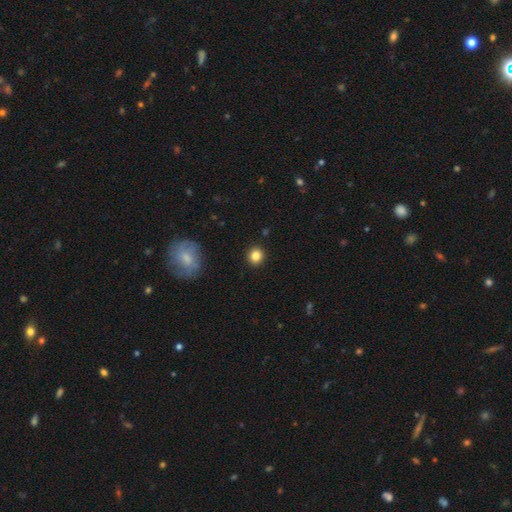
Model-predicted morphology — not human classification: Overall: smooth (84%). How rounded: round (86%). Merging: none (92%).